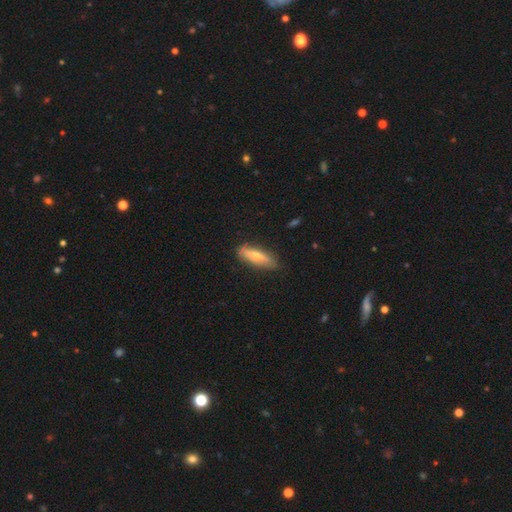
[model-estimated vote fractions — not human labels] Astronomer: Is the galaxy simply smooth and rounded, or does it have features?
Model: smooth — 60%.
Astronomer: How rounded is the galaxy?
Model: cigar-shaped — 56% (runner-up: in between, 42%).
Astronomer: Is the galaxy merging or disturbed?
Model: none — 76%.